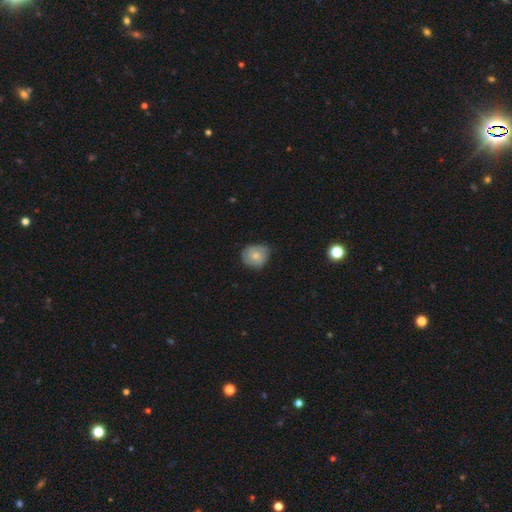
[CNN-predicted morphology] smooth_or_featured: smooth (p=0.67) [alt: featured or disk p=0.26]
how_rounded: round (p=0.79) [alt: in between p=0.20]
merging: none (p=0.60) [alt: minor disturbance p=0.33]